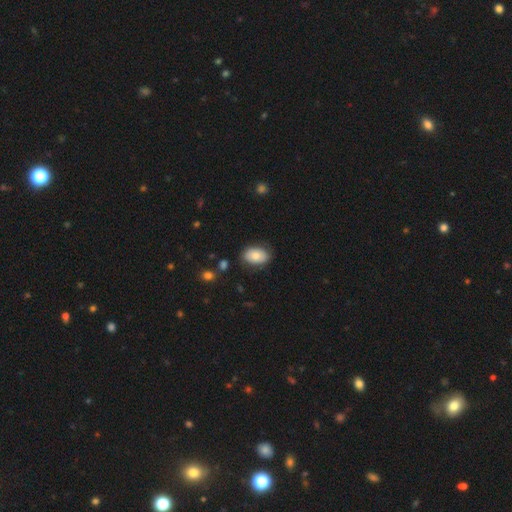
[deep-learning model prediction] This appears to be a smooth galaxy with no disk features (75%) that is in between round and cigar-shaped (87%). Merging: none (80%).